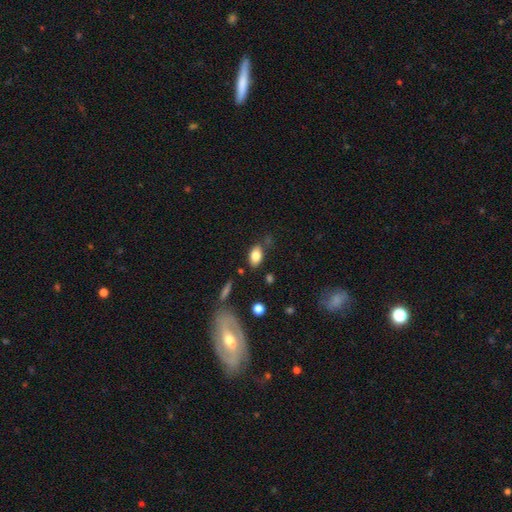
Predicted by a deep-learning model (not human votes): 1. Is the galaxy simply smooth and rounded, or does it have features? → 82% smooth, 10% featured or disk, 8% star or artifact.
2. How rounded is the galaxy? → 90% in between, 7% round, 3% cigar-shaped.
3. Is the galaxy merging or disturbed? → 75% none, 16% minor disturbance, 5% merger, 4% major disturbance.